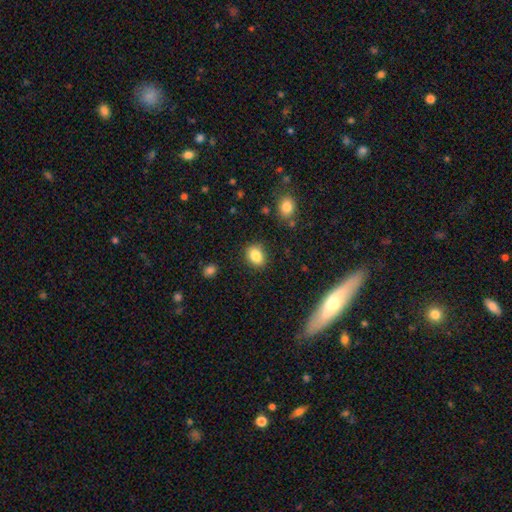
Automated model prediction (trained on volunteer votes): smooth 85%, star or artifact 9%, featured or disk 6%. Down the decision tree: how rounded — in between (62%); merging — none (86%).